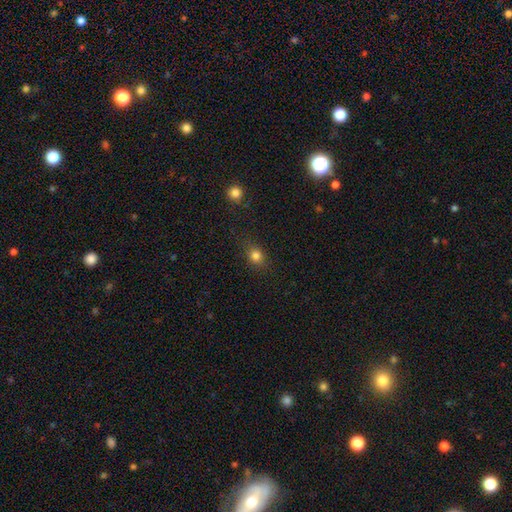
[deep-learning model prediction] This is clearly a smooth galaxy (80%). How rounded: likely round (64%). Merging: clearly none (81%).